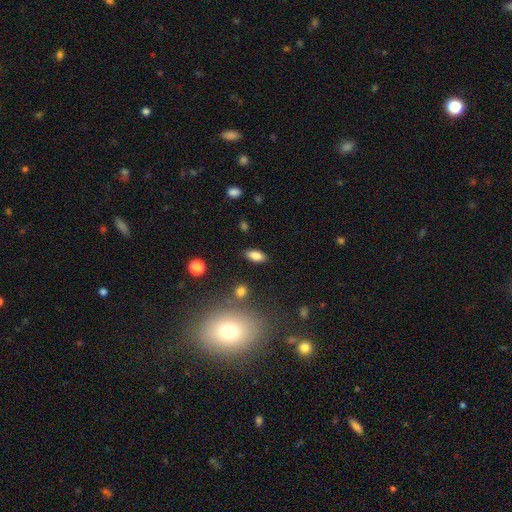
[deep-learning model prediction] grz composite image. It shows a smooth galaxy with no disk features (83%) that is in between round and cigar-shaped (88%). Merging: none (85%).